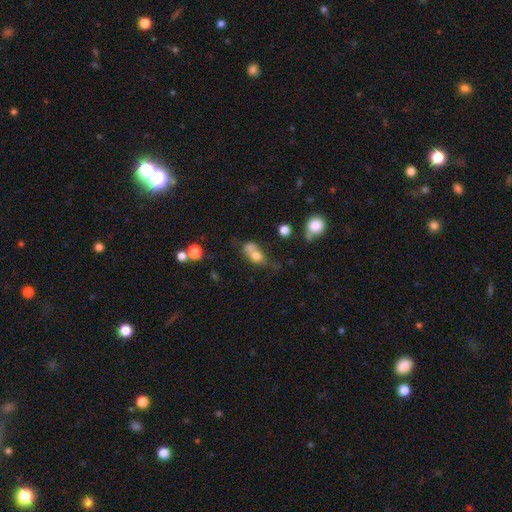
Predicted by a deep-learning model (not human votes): This is likely a smooth galaxy (71%). How rounded: likely in between (63%). Merging: marginally merger (41%).